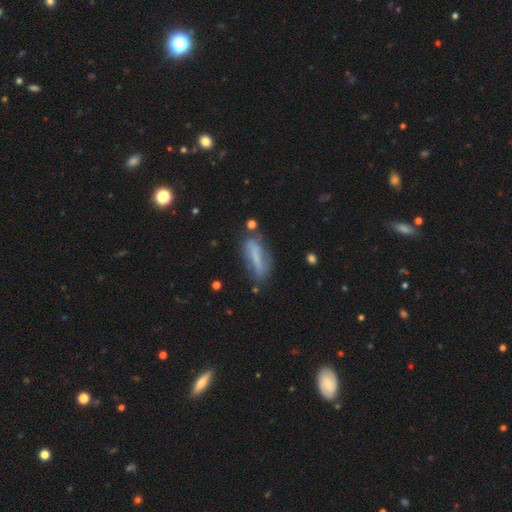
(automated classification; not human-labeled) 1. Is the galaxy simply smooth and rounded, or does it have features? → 58% smooth, 32% featured or disk, 9% star or artifact.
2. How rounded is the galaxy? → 61% cigar-shaped, 37% in between, 2% round.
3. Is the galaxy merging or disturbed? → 63% none, 23% minor disturbance, 8% major disturbance, 6% merger.